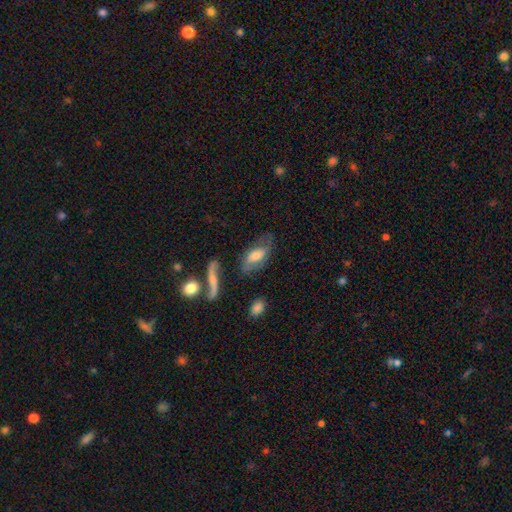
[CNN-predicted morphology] smooth_or_featured: smooth (p=0.47) [alt: featured or disk p=0.45]
merging: none (p=0.57) [alt: minor disturbance p=0.23]